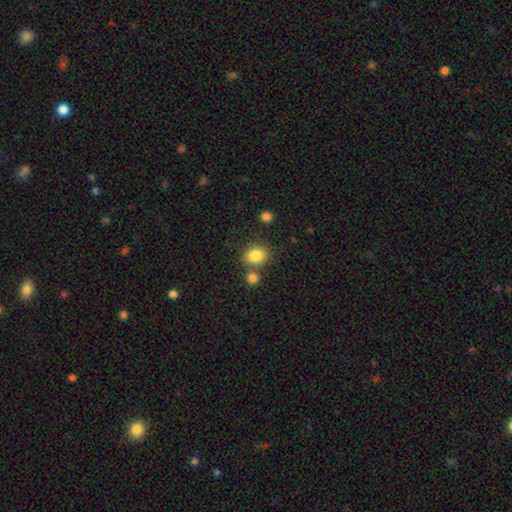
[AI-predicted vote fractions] smooth_or_featured: smooth (p=0.84) [alt: star or artifact p=0.10]
how_rounded: round (p=0.51) [alt: in between p=0.48]
merging: none (p=0.66) [alt: merger p=0.20]